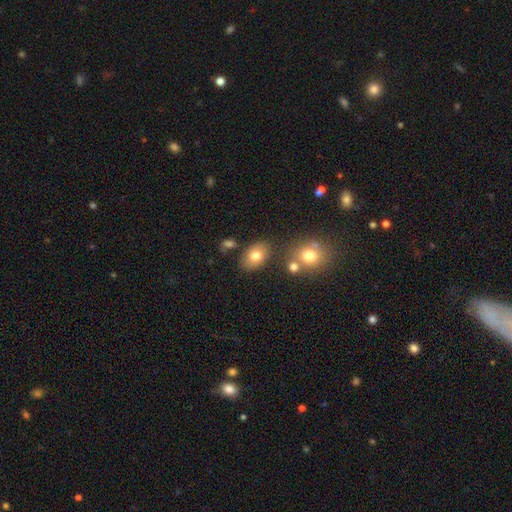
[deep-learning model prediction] A smooth galaxy with no disk features (78%) that is in between round and cigar-shaped (81%).

Vote fractions:
- Smooth or featured? smooth: 78% / featured or disk: 13% / star or artifact: 9%
- How rounded? in between: 81% / round: 18% / cigar-shaped: 1%
- Merging? none: 75% / minor disturbance: 12% / merger: 9% / major disturbance: 4%